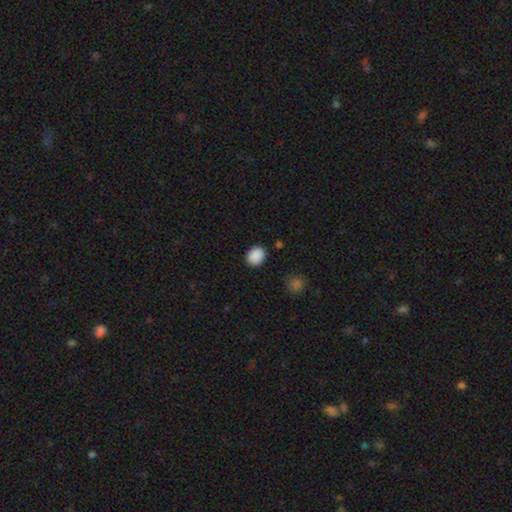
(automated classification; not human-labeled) Smooth or featured?
  - smooth: 89% *
  - star or artifact: 8%
  - featured or disk: 2%
How rounded?
  - round: 50% * (tied)
  - in between: 50% * (tied)
  - cigar-shaped: 1%
Merging?
  - none: 88% *
  - minor disturbance: 8%
  - major disturbance: 2%
  - merger: 2%